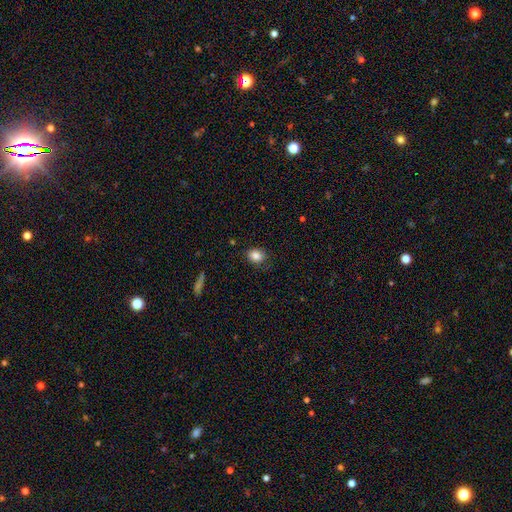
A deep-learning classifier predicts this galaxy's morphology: Smooth or featured? smooth (84%)
How rounded? in between (54%)
Merging? none (83%)